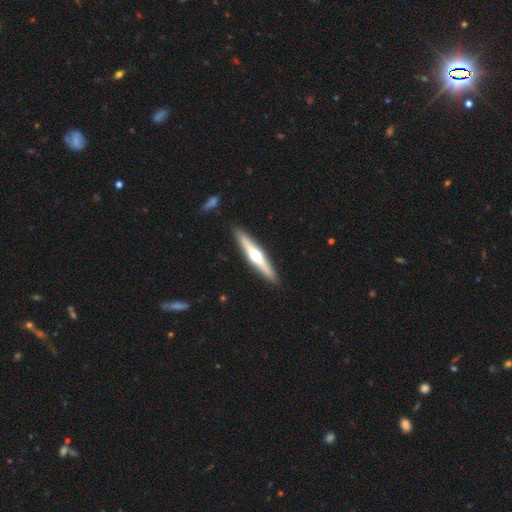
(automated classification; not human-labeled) Overall: featured or disk (66%; smooth 30%). Edge-on disk: yes (96%). Edge-on bulge: rounded (93%). Merging: none (90%).